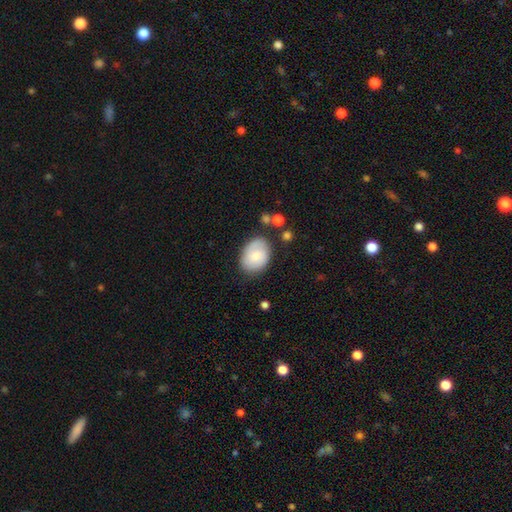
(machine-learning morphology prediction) The model was most divided on "how rounded": in between: 69%, round: 30%, cigar-shaped: 1%. More confident: merging — none (74%); smooth or featured — smooth (72%).